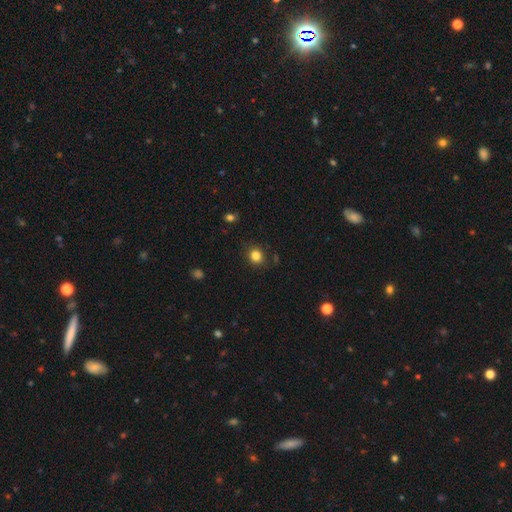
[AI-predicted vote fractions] This is clearly a smooth galaxy (83%). How rounded: clearly round (83%). Merging: clearly none (87%).